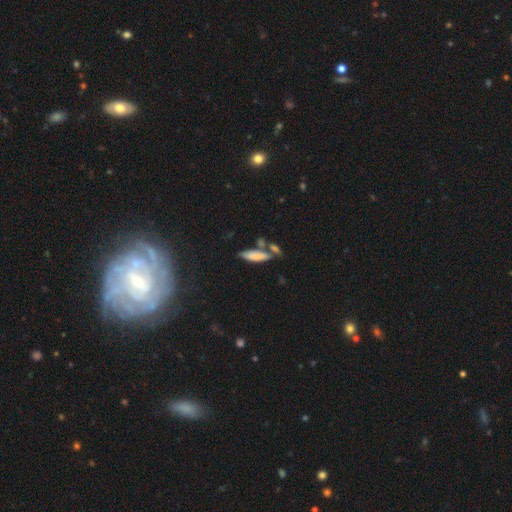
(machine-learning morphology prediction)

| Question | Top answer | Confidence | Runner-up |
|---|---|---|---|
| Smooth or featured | smooth | 75% | featured or disk (18%) |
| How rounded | cigar-shaped | 59% | in between (39%) |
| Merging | none | 51% | merger (27%) |